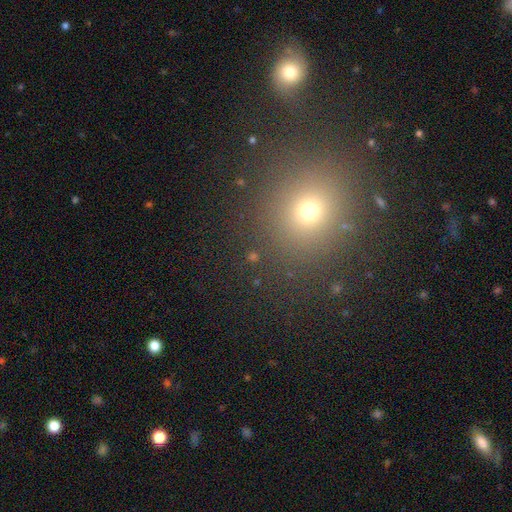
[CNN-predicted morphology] smooth 57%, star or artifact 34%, featured or disk 8%. Down the decision tree: how rounded — round (82%); merging — none (86%).